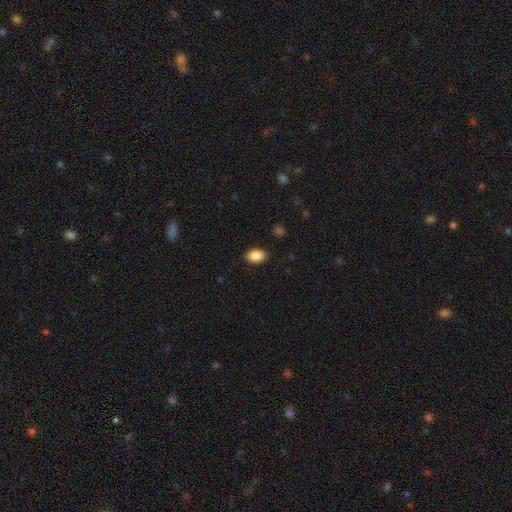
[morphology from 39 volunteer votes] Smooth or featured: smooth — 97% (star or artifact — 3%)
How rounded: in between — 92% (round — 8%)
Merging: none — 92% (minor disturbance — 5%)